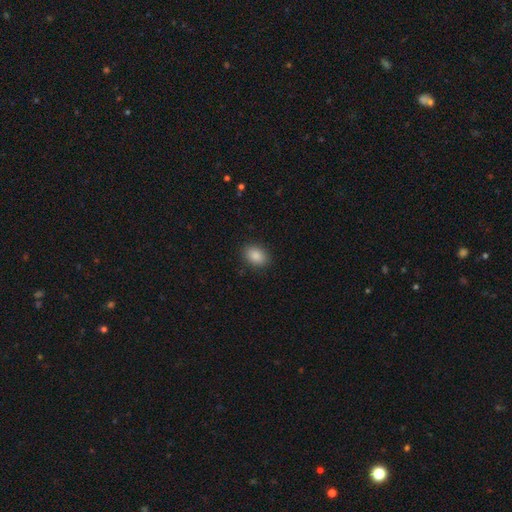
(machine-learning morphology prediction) This appears to be a smooth galaxy with no disk features (88%) that is in between round and cigar-shaped (80%). Merging: none (88%).